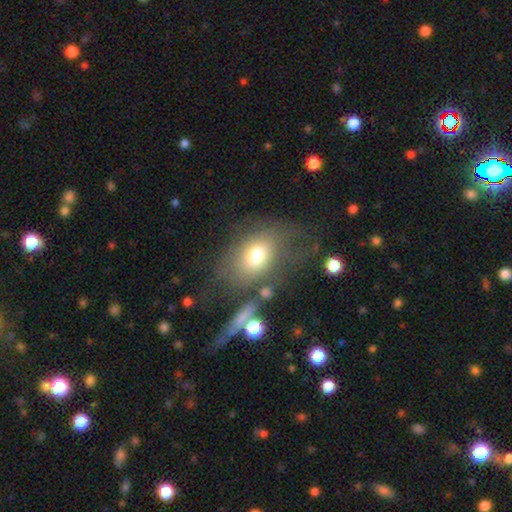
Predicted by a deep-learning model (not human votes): This appears to be a smooth galaxy with no disk features (67%) that is in between round and cigar-shaped (75%). Merging: none (45%).